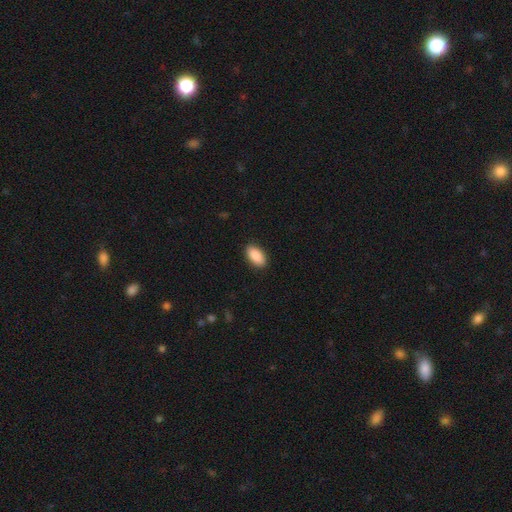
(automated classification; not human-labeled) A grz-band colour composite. It shows a smooth galaxy with no disk features (90%) that is in between round and cigar-shaped (94%). Merging: none (90%).